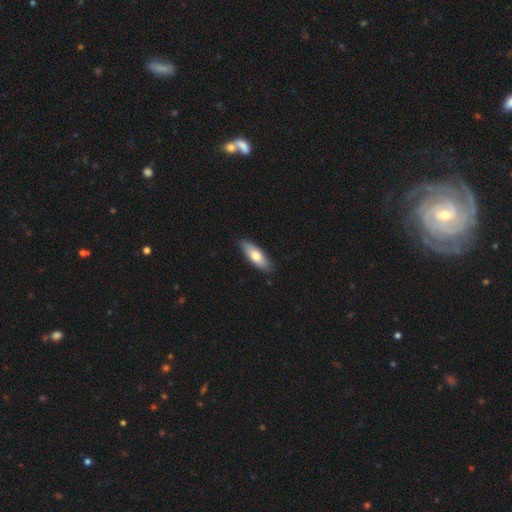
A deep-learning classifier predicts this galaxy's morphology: smooth-or-featured: smooth: 72% | featured or disk: 23% | star or artifact: 5%
  how-rounded: in between: 67% | cigar-shaped: 31% | round: 2%
  merging: none: 88% | minor disturbance: 10% | major disturbance: 2% | merger: 1%